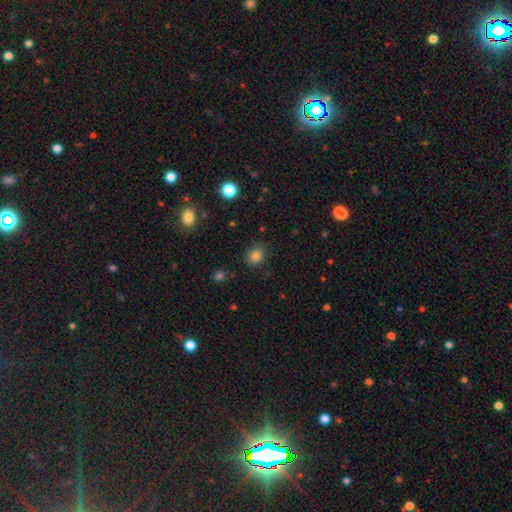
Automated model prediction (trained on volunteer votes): Smooth or featured?
  - smooth: 82% *
  - star or artifact: 12%
  - featured or disk: 6%
How rounded?
  - round: 63% *
  - in between: 36%
  - cigar-shaped: 1%
Merging?
  - none: 81% *
  - minor disturbance: 14%
  - major disturbance: 4%
  - merger: 2%